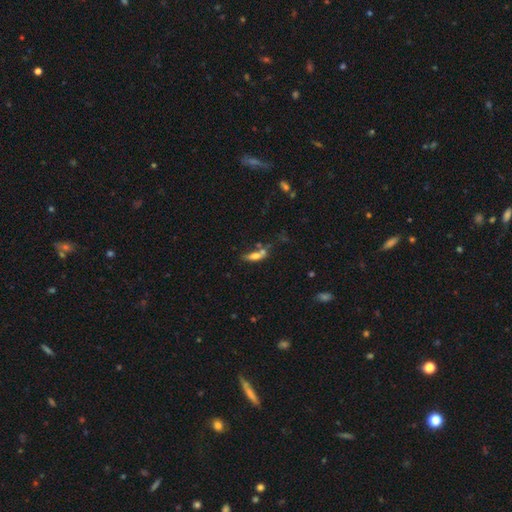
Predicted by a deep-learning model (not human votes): The model was most divided on "merging": none: 38%, merger: 33%, minor disturbance: 18%, major disturbance: 11%. More confident: smooth or featured — smooth (60%); how rounded — in between (54%).